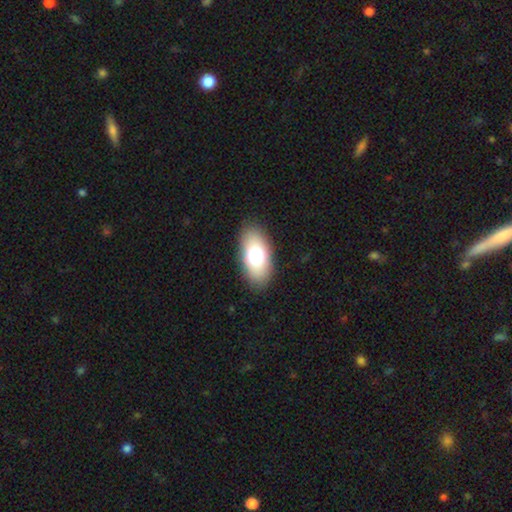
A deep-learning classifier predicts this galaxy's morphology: This is likely a smooth galaxy (74%). How rounded: clearly in between (92%). Merging: clearly none (87%).